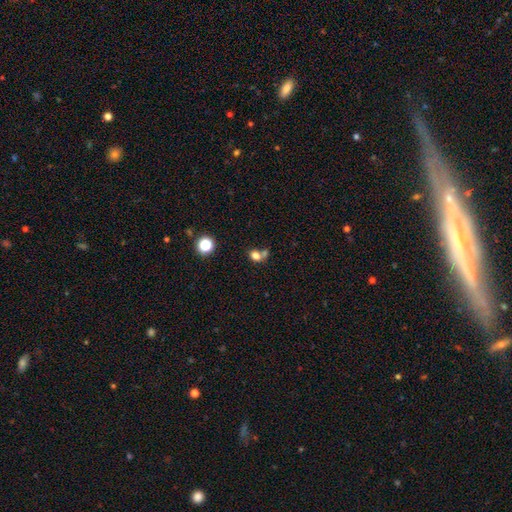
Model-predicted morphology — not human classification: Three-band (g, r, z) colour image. It shows a smooth galaxy with no disk features (76%) that is round (50%). Merging: merger (44%).